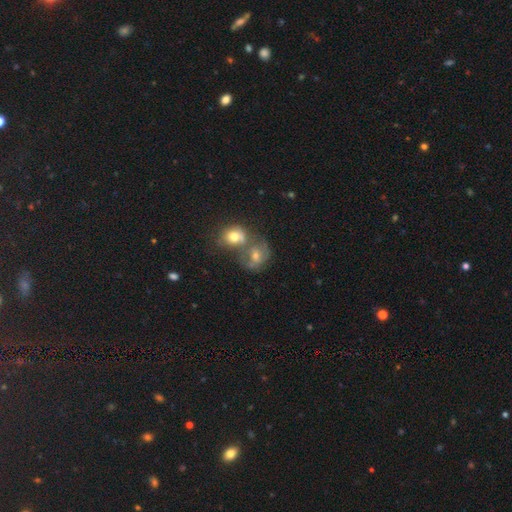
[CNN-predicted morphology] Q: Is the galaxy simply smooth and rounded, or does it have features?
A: smooth — 47%.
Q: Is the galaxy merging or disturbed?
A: merger — 54%.